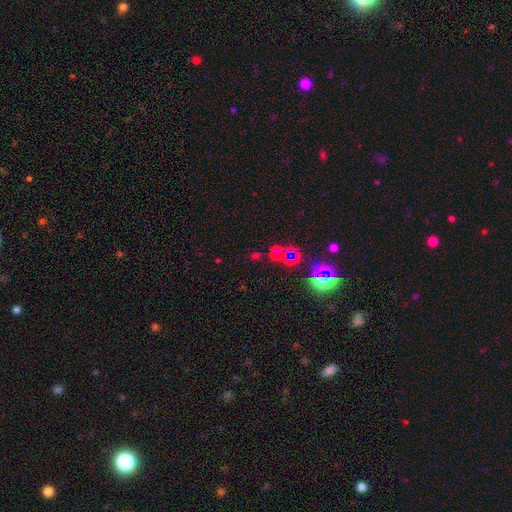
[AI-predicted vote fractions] Morphology: type=star or artifact (53%).